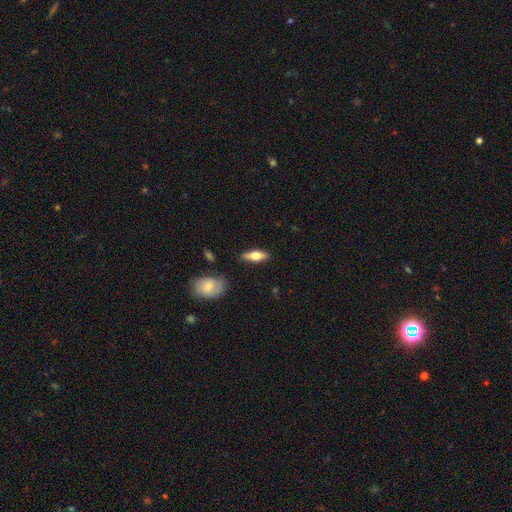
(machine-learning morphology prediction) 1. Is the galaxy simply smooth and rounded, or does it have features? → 62% smooth, 32% featured or disk, 6% star or artifact.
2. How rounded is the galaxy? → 65% in between, 32% cigar-shaped, 3% round.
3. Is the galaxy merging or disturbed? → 83% none, 11% minor disturbance, 3% major disturbance, 3% merger.